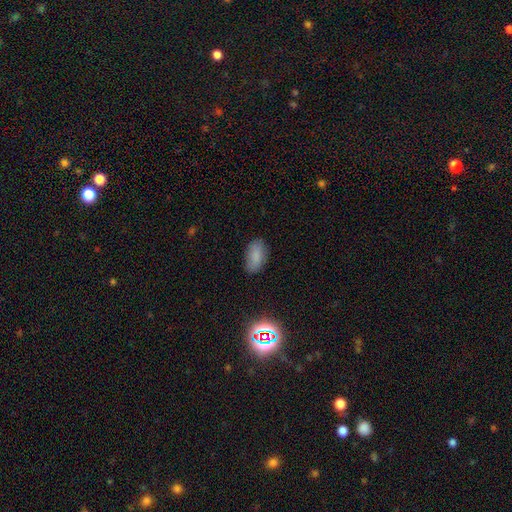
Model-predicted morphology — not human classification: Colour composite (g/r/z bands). It shows a smooth galaxy with no disk features (84%) that is in between round and cigar-shaped (93%). Merging: none (80%).